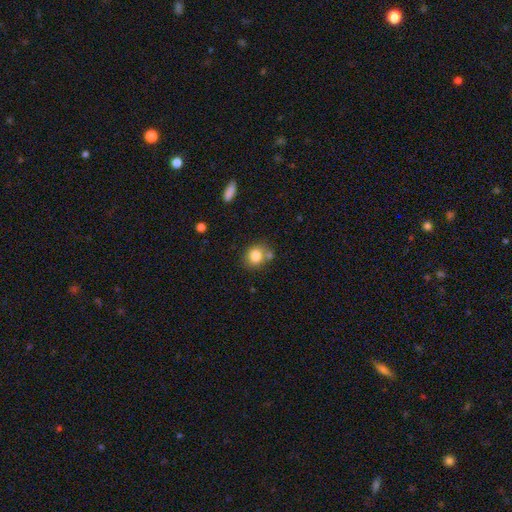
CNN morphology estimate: type=smooth (82%); roundness=round (70%); merging=none (65%).